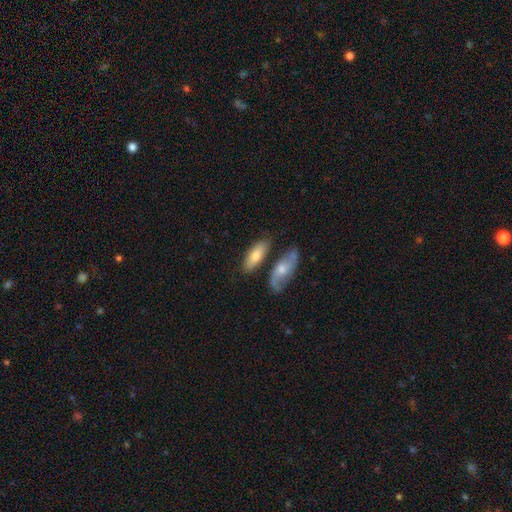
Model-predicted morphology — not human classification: smooth 66%, featured or disk 27%, star or artifact 6%. Down the decision tree: how rounded — in between (67%); merging — none (64%).